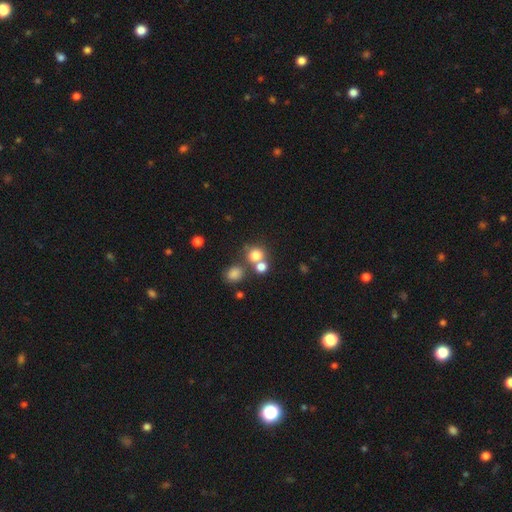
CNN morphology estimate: Q: Smooth or featured?
A: smooth (75%); runner-up: star or artifact (15%)
Q: How rounded?
A: round (81%); runner-up: in between (18%)
Q: Merging?
A: none (52%); runner-up: merger (35%)